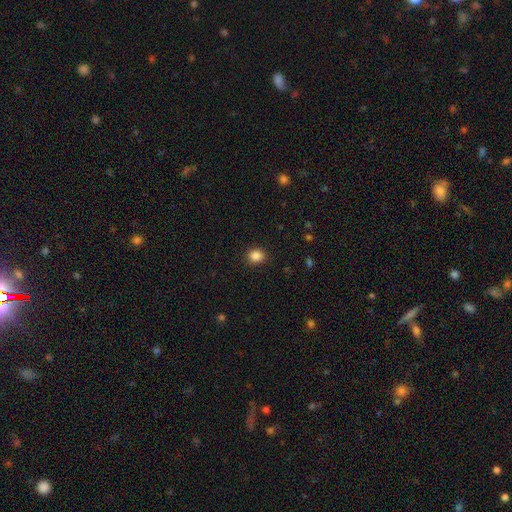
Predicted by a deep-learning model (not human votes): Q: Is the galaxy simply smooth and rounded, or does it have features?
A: smooth — 86%.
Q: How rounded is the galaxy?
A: round — 70%.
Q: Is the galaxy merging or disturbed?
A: none — 89%.